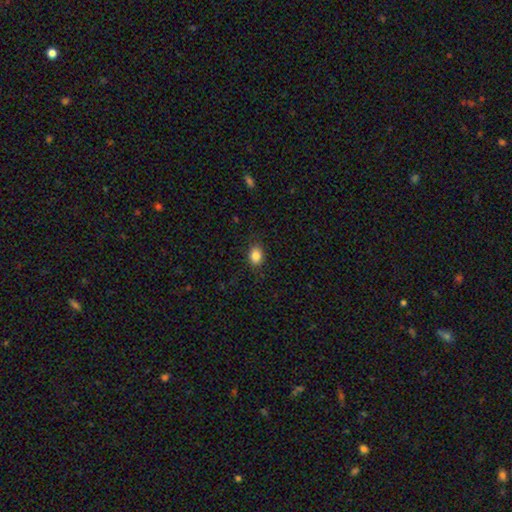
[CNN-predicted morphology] Q: Smooth or featured?
A: smooth (85%); runner-up: star or artifact (10%)
Q: How rounded?
A: in between (67%); runner-up: round (32%)
Q: Merging?
A: none (86%); runner-up: minor disturbance (11%)